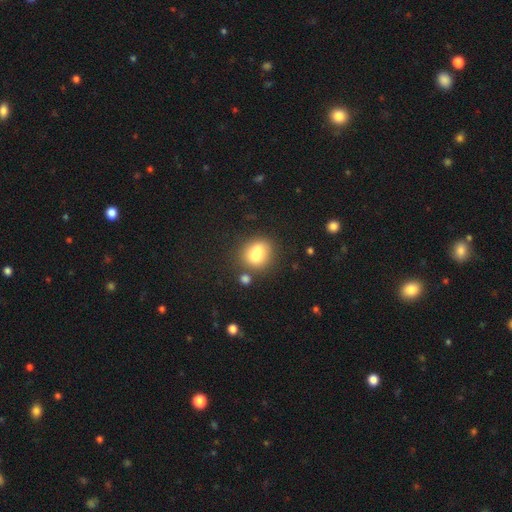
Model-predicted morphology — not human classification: smooth 72%, featured or disk 17%, star or artifact 11%. Down the decision tree: how rounded — round (63%); merging — none (46%).